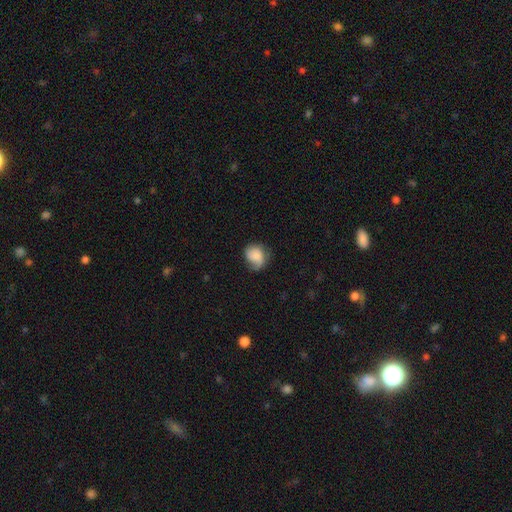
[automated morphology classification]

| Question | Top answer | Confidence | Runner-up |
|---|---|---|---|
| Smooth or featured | smooth | 65% | featured or disk (27%) |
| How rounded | round | 64% | in between (35%) |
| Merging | none | 50% | minor disturbance (31%) |